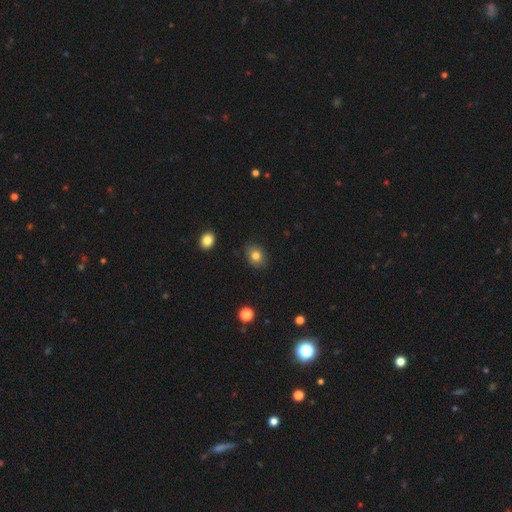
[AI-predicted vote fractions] This appears to be a smooth galaxy with no disk features (81%) that is round (51%). Merging: none (86%).